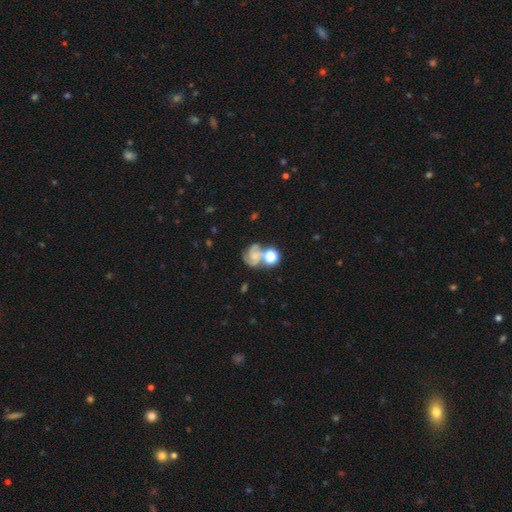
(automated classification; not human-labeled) Smooth or featured?
  - featured or disk: 66% *
  - smooth: 22%
  - star or artifact: 12%
Edge-on disk?
  - no: 98% *
  - yes: 2%
Bar?
  - no: 70% *
  - weak: 25%
  - strong: 5%
Spiral arms?
  - yes: 91% *
  - no: 9%
Spiral winding?
  - medium: 47% *
  - tight: 35%
  - loose: 18%
Spiral arm count?
  - 3: 42% *
  - 2: 29%
  - can't tell: 14%
  - 4: 6%
  - 1: 5%
  - more than 4: 4%
Bulge size?
  - small: 45% *
  - none: 25%
  - moderate: 23%
  - large: 5%
  - dominant: 2%
Merging?
  - none: 40% *
  - merger: 31%
  - minor disturbance: 16%
  - major disturbance: 14%